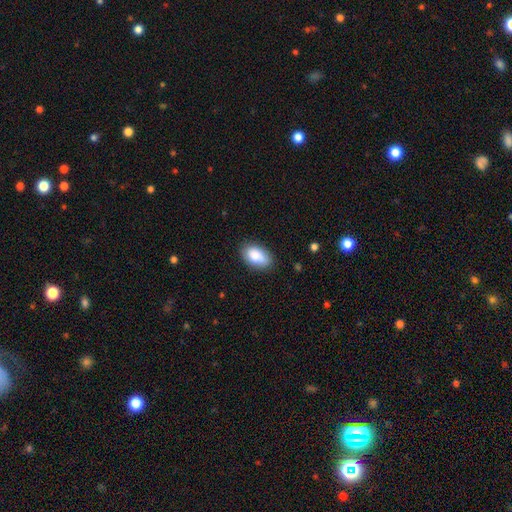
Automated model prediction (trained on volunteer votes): smooth 86%, featured or disk 7%, star or artifact 7%. Down the decision tree: how rounded — in between (93%); merging — none (81%).